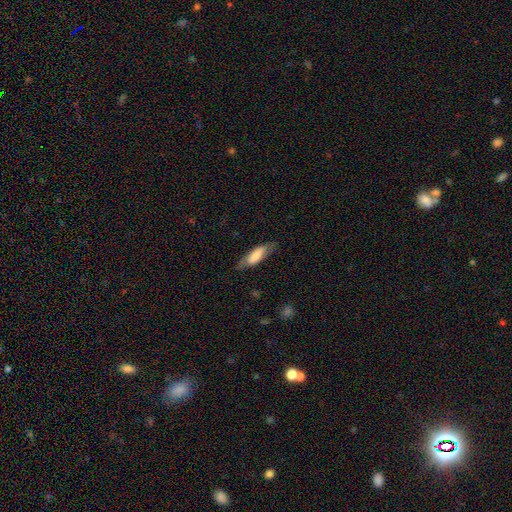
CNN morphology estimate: This appears to be a smooth galaxy with no disk features (64%) that is cigar-shaped (50%). Merging: none (74%).